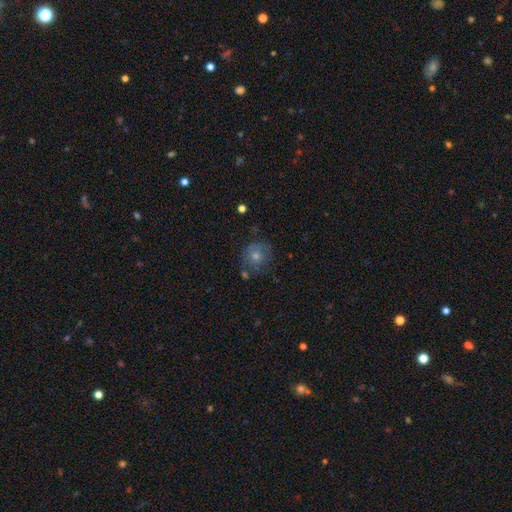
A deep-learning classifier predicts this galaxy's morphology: Overall: smooth (45%; featured or disk 36%). Merging: none (74%).